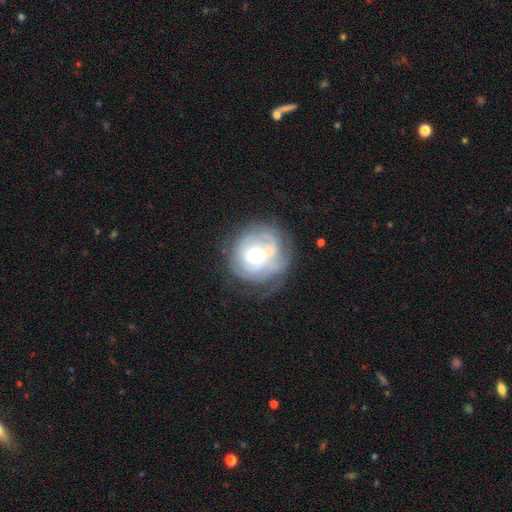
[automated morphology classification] type=featured or disk (64%); edge-on=no (97%); bar=no (81%); spiral arms=yes (68%); bulge=moderate (53%); merging=none (51%).